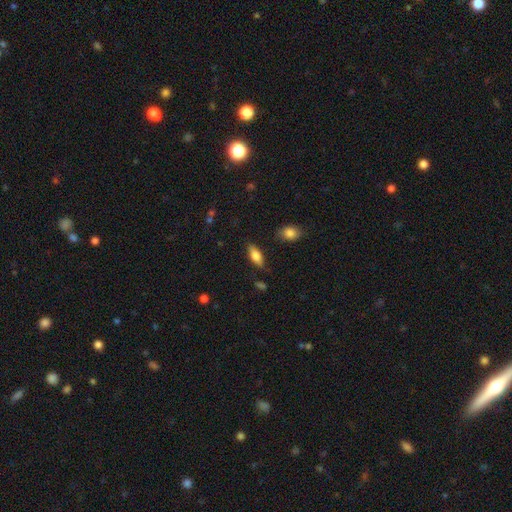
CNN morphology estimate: smooth 72%, featured or disk 21%, star or artifact 7%. Down the decision tree: how rounded — in between (78%); merging — none (82%).